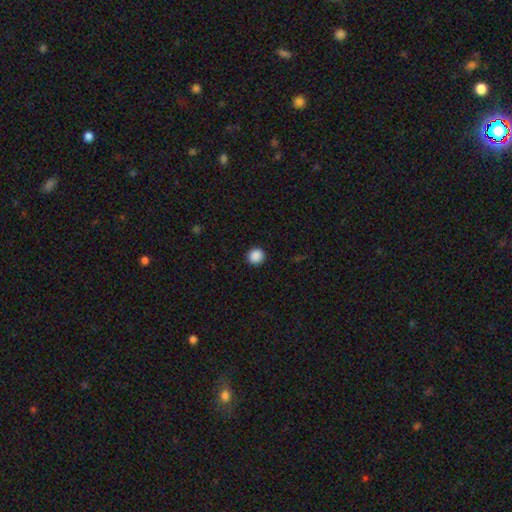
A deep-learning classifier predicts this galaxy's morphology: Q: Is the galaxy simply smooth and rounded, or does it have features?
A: smooth — 89%.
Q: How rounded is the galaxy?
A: round — 94%.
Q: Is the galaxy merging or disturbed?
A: none — 93%.